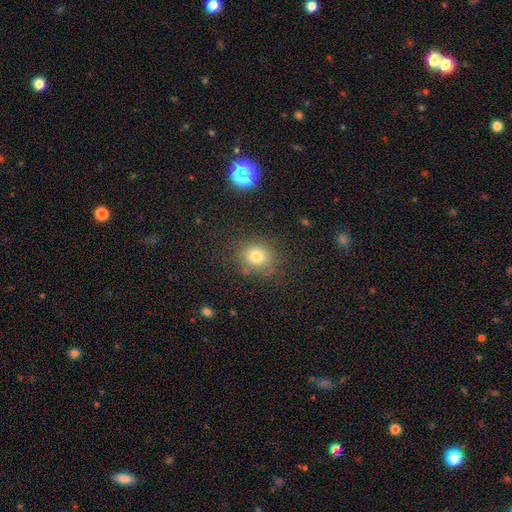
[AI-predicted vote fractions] A smooth galaxy with no disk features (77%) that is round (71%).

Vote fractions:
- Smooth or featured? smooth: 77% / star or artifact: 14% / featured or disk: 9%
- How rounded? round: 71% / in between: 28% / cigar-shaped: 1%
- Merging? none: 80% / minor disturbance: 13% / major disturbance: 5% / merger: 3%